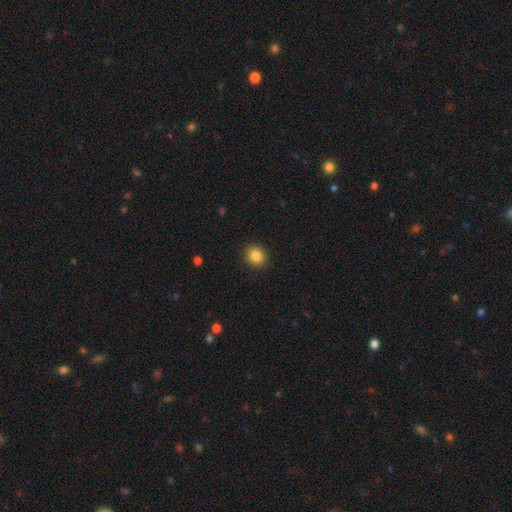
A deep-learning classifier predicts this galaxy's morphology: The model was most divided on "how rounded": round: 82%, in between: 17%, cigar-shaped: 1%. More confident: merging — none (91%); smooth or featured — smooth (85%).